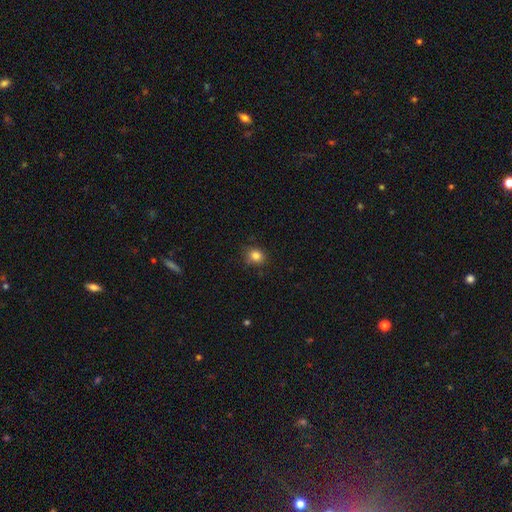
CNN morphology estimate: Q: Smooth or featured?
A: smooth (83%); runner-up: star or artifact (12%)
Q: How rounded?
A: round (71%); runner-up: in between (28%)
Q: Merging?
A: none (84%); runner-up: minor disturbance (12%)